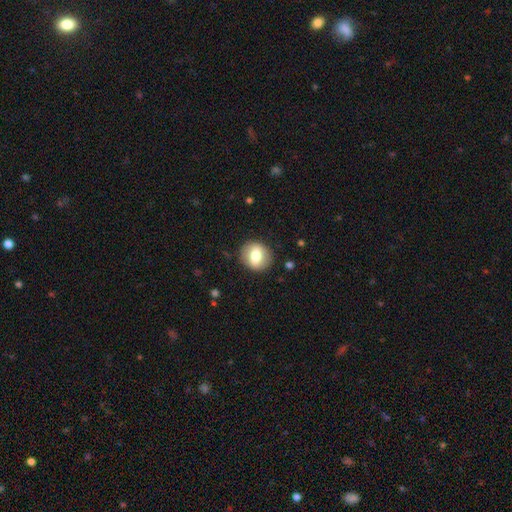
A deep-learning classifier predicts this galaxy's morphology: Smooth or featured: smooth — 66% (featured or disk — 27%)
How rounded: round — 76% (in between — 23%)
Merging: none — 88% (minor disturbance — 8%)